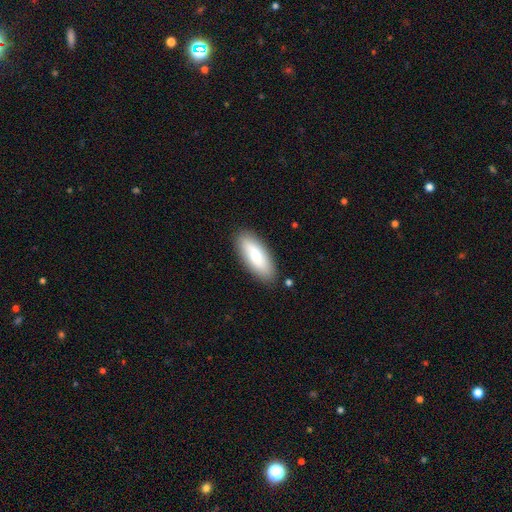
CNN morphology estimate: Q: Smooth or featured?
A: smooth (71%); runner-up: featured or disk (24%)
Q: How rounded?
A: in between (75%); runner-up: cigar-shaped (23%)
Q: Merging?
A: none (86%); runner-up: minor disturbance (10%)